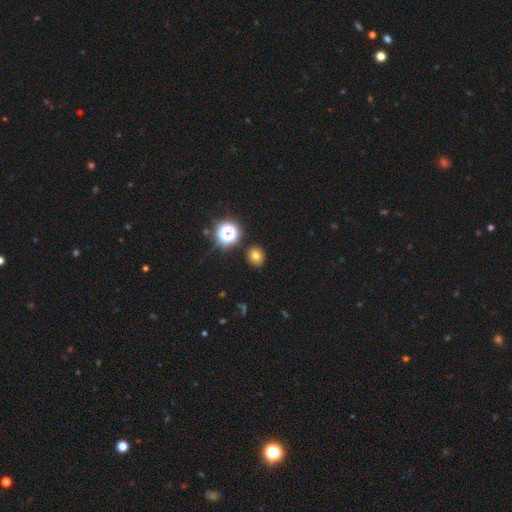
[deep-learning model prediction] A smooth galaxy with no disk features (73%) that is round (84%). Merging: none (88%).